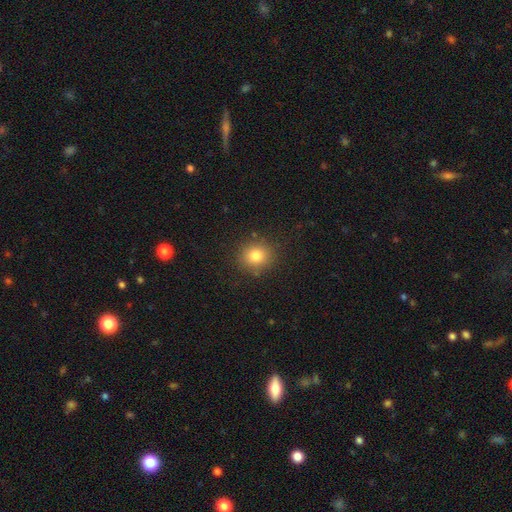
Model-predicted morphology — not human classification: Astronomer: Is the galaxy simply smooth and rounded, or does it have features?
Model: smooth — 81%.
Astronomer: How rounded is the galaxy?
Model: round — 79%.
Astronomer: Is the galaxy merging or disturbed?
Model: none — 86%.